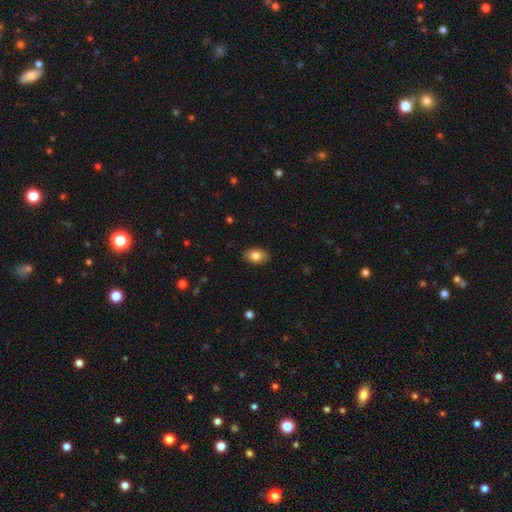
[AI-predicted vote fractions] Overall: smooth (84%). How rounded: in between (87%). Merging: none (87%).